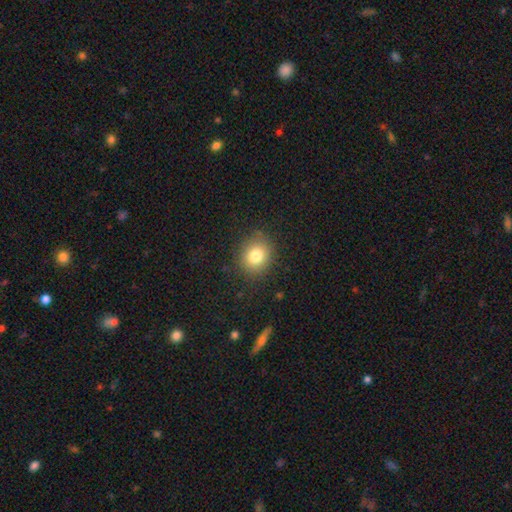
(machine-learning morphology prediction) Smooth or featured?
  - smooth: 80% *
  - star or artifact: 11%
  - featured or disk: 9%
How rounded?
  - round: 71% *
  - in between: 28%
  - cigar-shaped: 1%
Merging?
  - none: 85% *
  - minor disturbance: 10%
  - major disturbance: 3%
  - merger: 1%